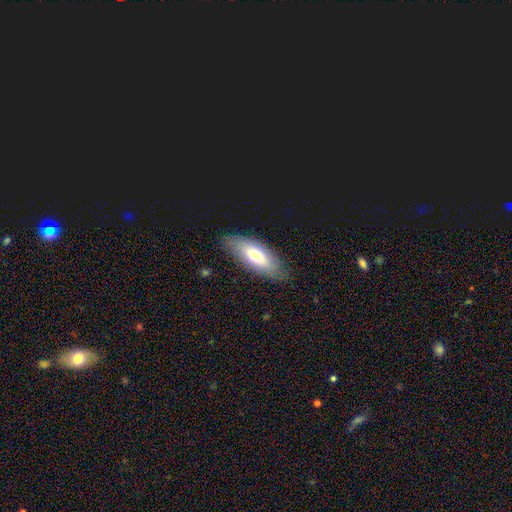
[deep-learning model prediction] Smooth or featured?
  - smooth: 71% *
  - featured or disk: 23%
  - star or artifact: 7%
How rounded?
  - in between: 76% *
  - cigar-shaped: 22%
  - round: 2%
Merging?
  - none: 84% *
  - minor disturbance: 12%
  - major disturbance: 3%
  - merger: 1%